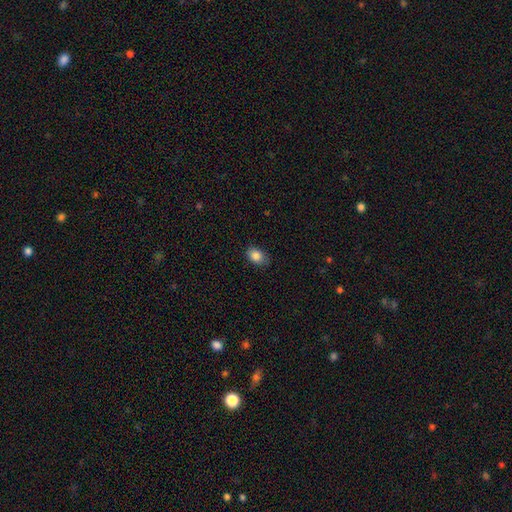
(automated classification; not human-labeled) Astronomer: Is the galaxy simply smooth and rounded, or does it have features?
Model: smooth — 86%.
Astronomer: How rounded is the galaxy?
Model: in between — 74%.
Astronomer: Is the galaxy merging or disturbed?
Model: none — 82%.